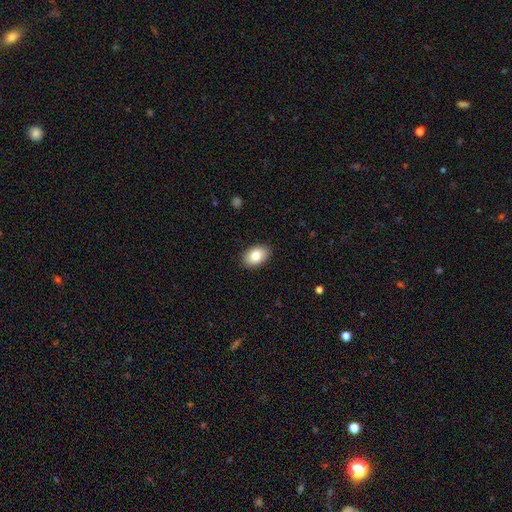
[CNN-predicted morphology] Q: Smooth or featured?
A: smooth (83%); runner-up: featured or disk (10%)
Q: How rounded?
A: in between (87%); runner-up: round (12%)
Q: Merging?
A: none (88%); runner-up: minor disturbance (9%)